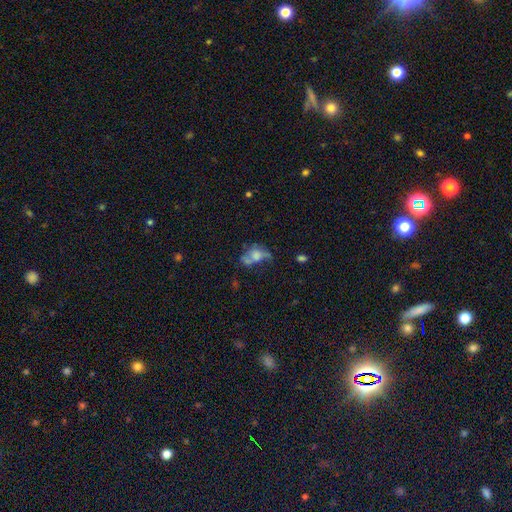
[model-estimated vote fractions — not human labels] Smooth or featured: featured or disk — 44% (smooth — 43%)
Merging: none — 33% (major disturbance — 31%)